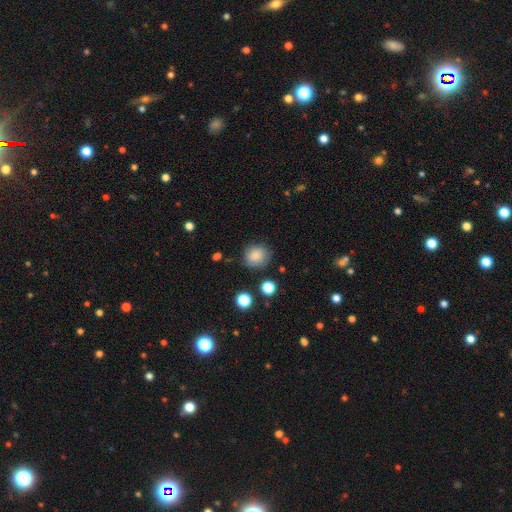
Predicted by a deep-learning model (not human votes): This is clearly a smooth galaxy (81%). How rounded: clearly round (82%). Merging: likely none (77%).